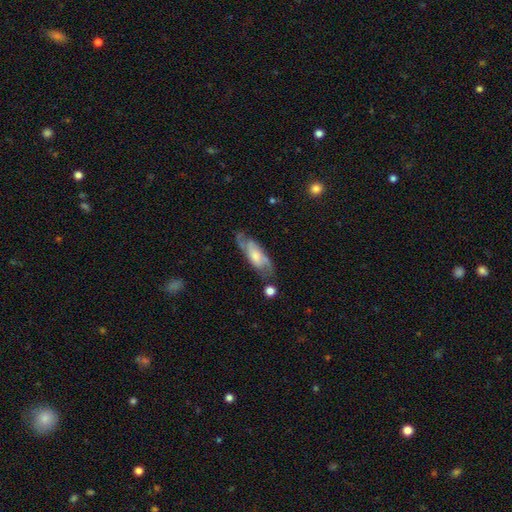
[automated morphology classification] featured or disk 63%, smooth 30%, star or artifact 6%. Down the decision tree: edge-on disk — no (83%); bar — no (61%); spiral arms — yes (88%); bulge size — moderate (43%); merging — none (65%).